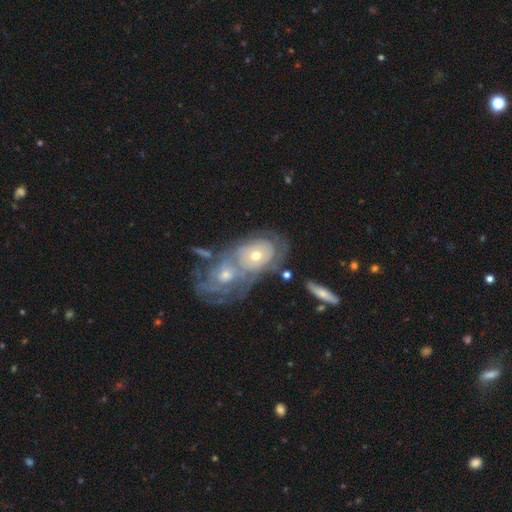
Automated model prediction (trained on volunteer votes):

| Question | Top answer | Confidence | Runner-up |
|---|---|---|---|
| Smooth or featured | featured or disk | 80% | smooth (12%) |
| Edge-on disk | no | 93% | yes (7%) |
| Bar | no | 78% | weak (17%) |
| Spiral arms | yes | 87% | no (13%) |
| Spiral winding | tight | 78% | medium (17%) |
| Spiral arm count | can't tell | 53% | 2 (16%) |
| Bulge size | small | 50% | moderate (46%) |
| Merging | merger | 54% | none (32%) |